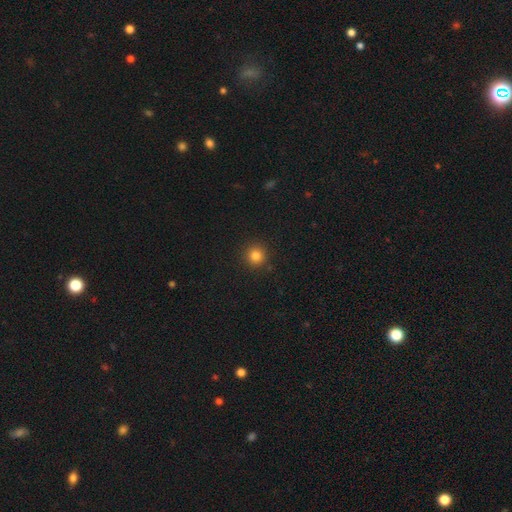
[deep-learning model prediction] A smooth galaxy with no disk features (82%) that is round (94%).

Vote fractions:
- Smooth or featured? smooth: 82% / star or artifact: 13% / featured or disk: 5%
- How rounded? round: 94% / in between: 5% / cigar-shaped: 1%
- Merging? none: 91% / minor disturbance: 5% / major disturbance: 2% / merger: 1%